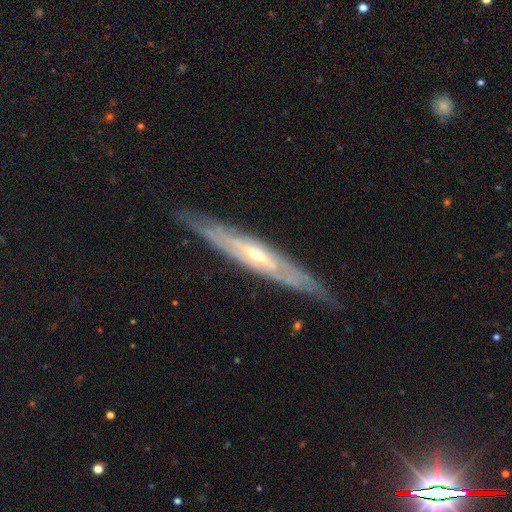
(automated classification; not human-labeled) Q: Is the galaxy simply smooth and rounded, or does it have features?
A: featured or disk — 82%.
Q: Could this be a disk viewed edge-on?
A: yes — 65%.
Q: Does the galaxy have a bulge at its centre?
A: rounded — 69%.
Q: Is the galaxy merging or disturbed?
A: none — 75%.